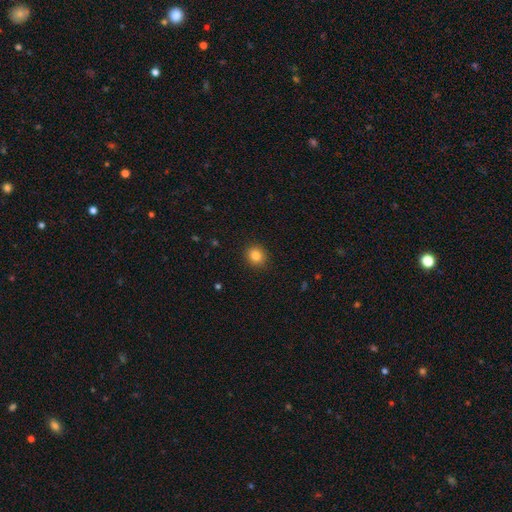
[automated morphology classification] The model was most divided on "how rounded": round: 84%, in between: 15%, cigar-shaped: 1%. More confident: merging — none (91%); smooth or featured — smooth (84%).